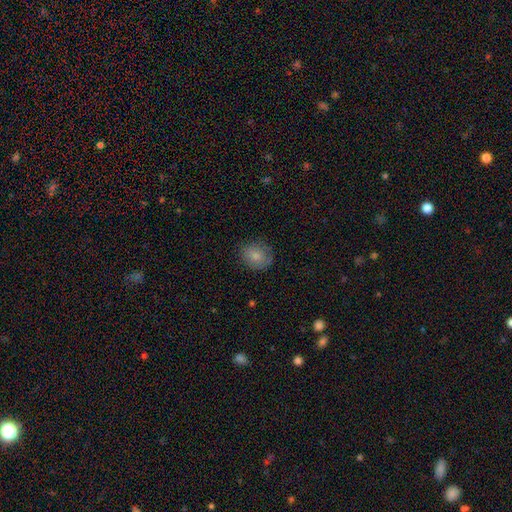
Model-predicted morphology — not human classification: This is likely a smooth galaxy (79%). How rounded: likely round (67%). Merging: likely none (76%).